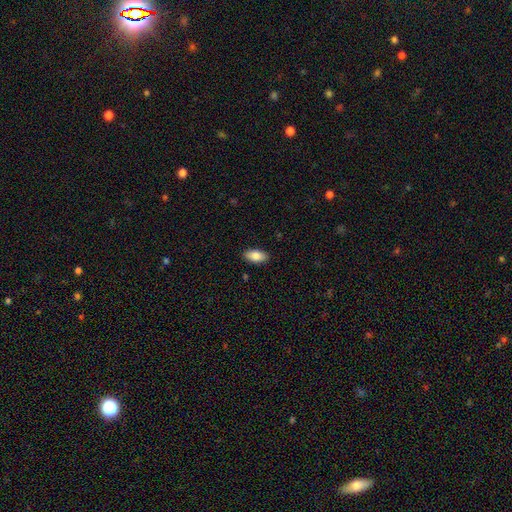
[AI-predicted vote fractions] A smooth galaxy with no disk features (84%) that is in between round and cigar-shaped (92%).

Vote fractions:
- Smooth or featured? smooth: 84% / featured or disk: 9% / star or artifact: 7%
- How rounded? in between: 92% / cigar-shaped: 5% / round: 3%
- Merging? none: 90% / minor disturbance: 8% / major disturbance: 2% / merger: 1%